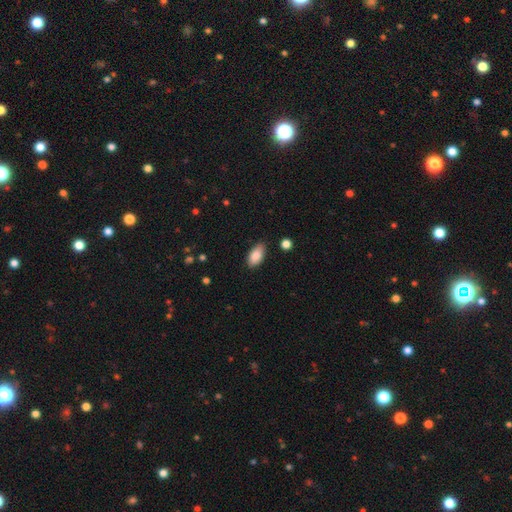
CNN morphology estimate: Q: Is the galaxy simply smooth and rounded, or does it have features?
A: smooth — 88%.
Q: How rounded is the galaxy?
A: in between — 93%.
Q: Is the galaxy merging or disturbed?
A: none — 83%.